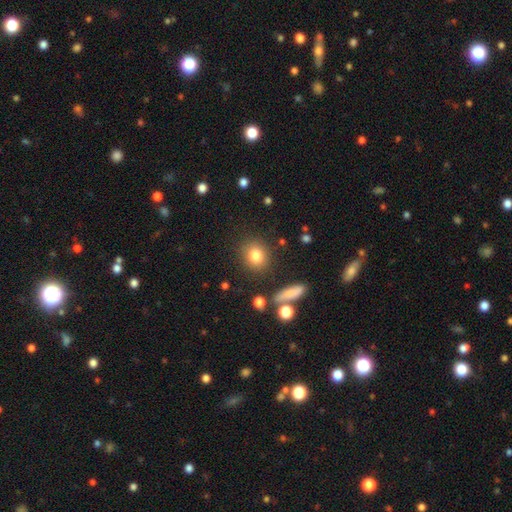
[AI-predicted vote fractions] Overall: smooth (81%). How rounded: round (78%). Merging: none (84%).